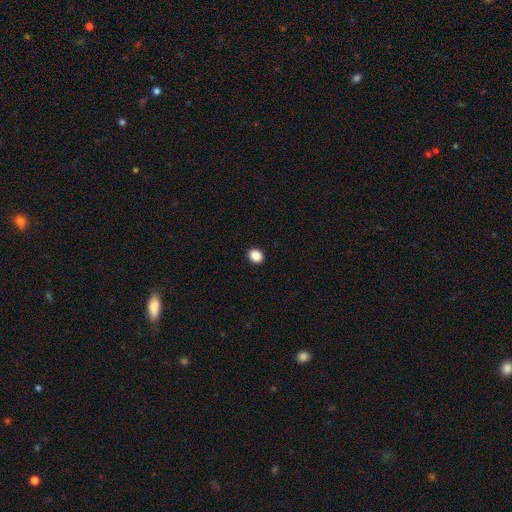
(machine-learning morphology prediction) smooth-or-featured: smooth: 89% | star or artifact: 9% | featured or disk: 2%
  how-rounded: round: 58% | in between: 41% | cigar-shaped: 1%
  merging: none: 92% | minor disturbance: 6% | major disturbance: 2% | merger: 1%